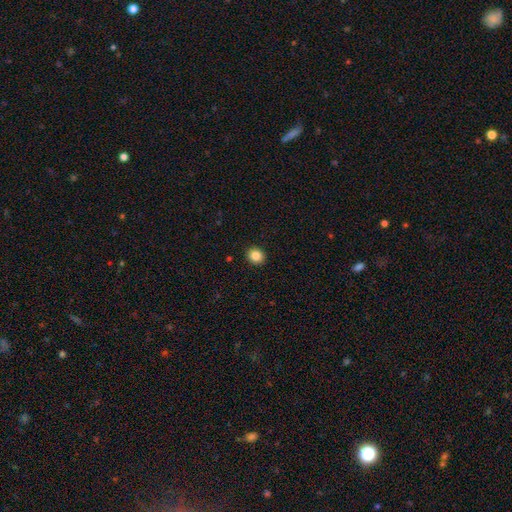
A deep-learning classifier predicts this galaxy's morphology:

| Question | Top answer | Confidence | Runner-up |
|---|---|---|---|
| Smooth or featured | smooth | 85% | star or artifact (10%) |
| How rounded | round | 77% | in between (22%) |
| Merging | none | 92% | minor disturbance (5%) |